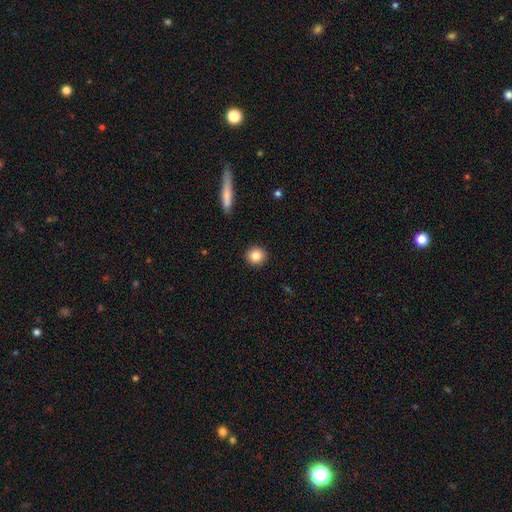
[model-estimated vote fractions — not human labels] Smooth or featured: smooth — 86% (star or artifact — 9%)
How rounded: round — 90% (in between — 9%)
Merging: none — 92% (minor disturbance — 6%)